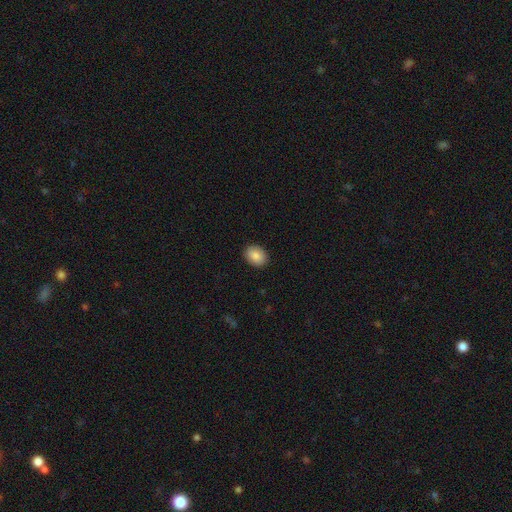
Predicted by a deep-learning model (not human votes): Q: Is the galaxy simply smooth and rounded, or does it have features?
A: smooth — 88%.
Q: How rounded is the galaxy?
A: in between — 71%.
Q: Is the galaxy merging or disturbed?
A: none — 90%.